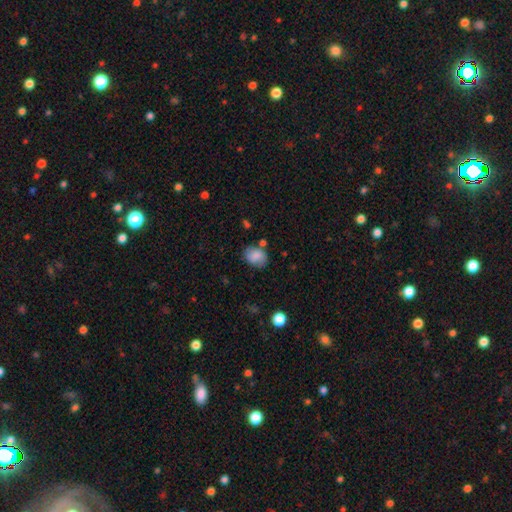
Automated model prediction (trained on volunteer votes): smooth_or_featured: smooth (p=0.79) [alt: featured or disk p=0.13]
how_rounded: in between (p=0.64) [alt: round p=0.35]
merging: none (p=0.68) [alt: minor disturbance p=0.20]